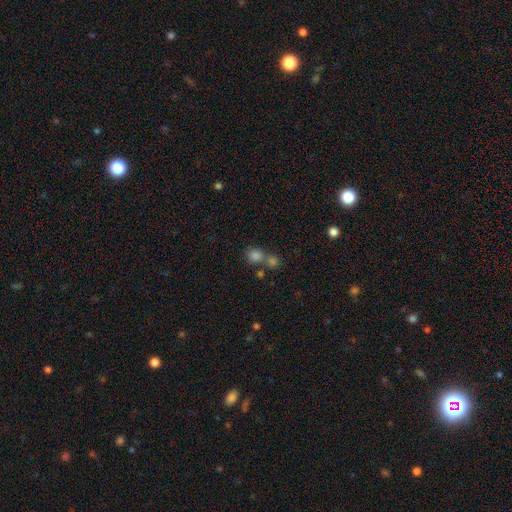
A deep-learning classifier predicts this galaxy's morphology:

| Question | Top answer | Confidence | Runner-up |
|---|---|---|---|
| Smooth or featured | smooth | 78% | star or artifact (14%) |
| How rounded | round | 77% | in between (22%) |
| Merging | none | 48% | merger (39%) |